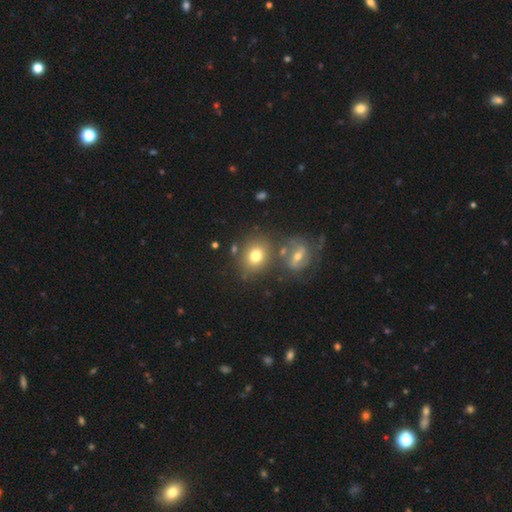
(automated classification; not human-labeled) Q: Smooth or featured?
A: smooth (73%); runner-up: featured or disk (16%)
Q: How rounded?
A: round (66%); runner-up: in between (33%)
Q: Merging?
A: none (65%); runner-up: merger (19%)